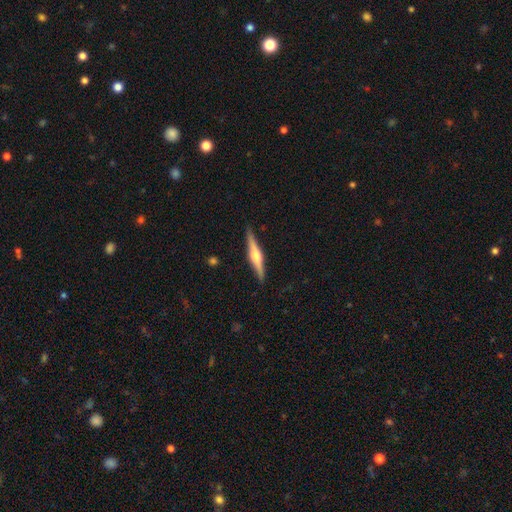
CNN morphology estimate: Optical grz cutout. It shows a featured or disk galaxy (74%) viewed edge-on (98%) with a rounded central bulge (89%). Merging: none (90%).